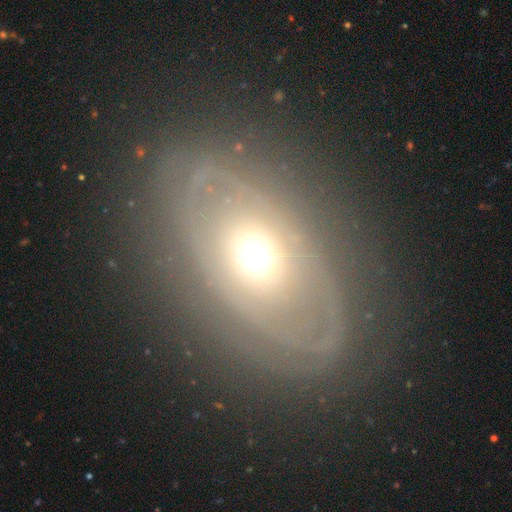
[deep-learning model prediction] Overall: featured or disk (69%). Edge-on disk: no (89%). Bar: no (86%). Spiral arms: no (50%, tied with yes). Bulge size: moderate (66%). Merging: none (76%).